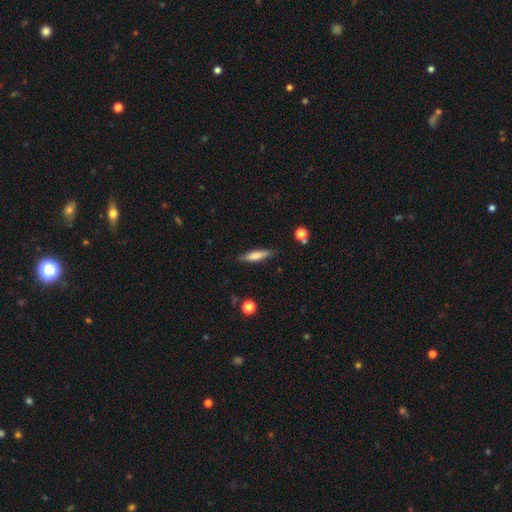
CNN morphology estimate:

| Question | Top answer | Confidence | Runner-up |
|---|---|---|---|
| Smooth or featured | smooth | 68% | featured or disk (26%) |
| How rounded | cigar-shaped | 73% | in between (25%) |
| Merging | none | 84% | minor disturbance (12%) |